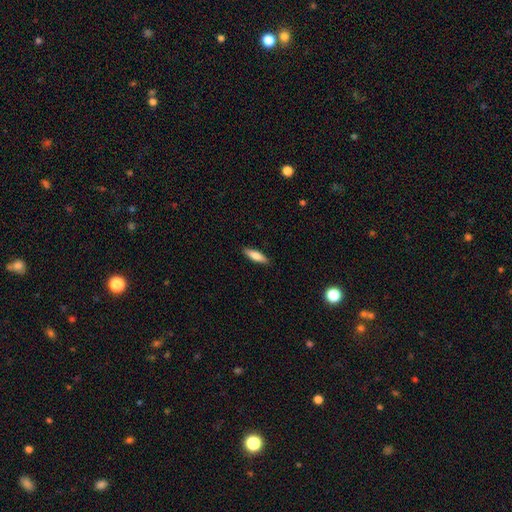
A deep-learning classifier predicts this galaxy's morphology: This appears to be a smooth galaxy with no disk features (75%) that is cigar-shaped (64%). Merging: none (89%).